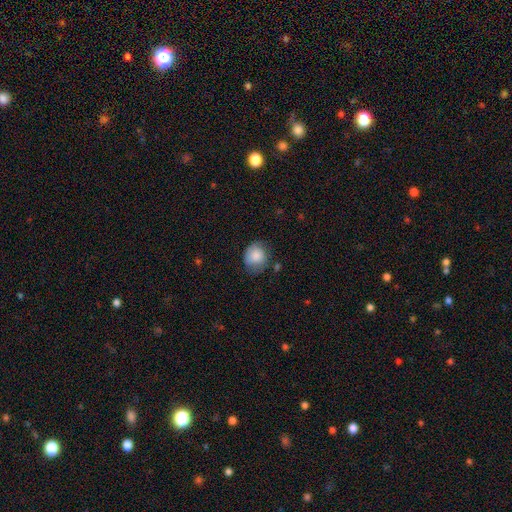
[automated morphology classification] This is clearly a smooth galaxy (82%). How rounded: likely round (71%). Merging: likely none (60%).